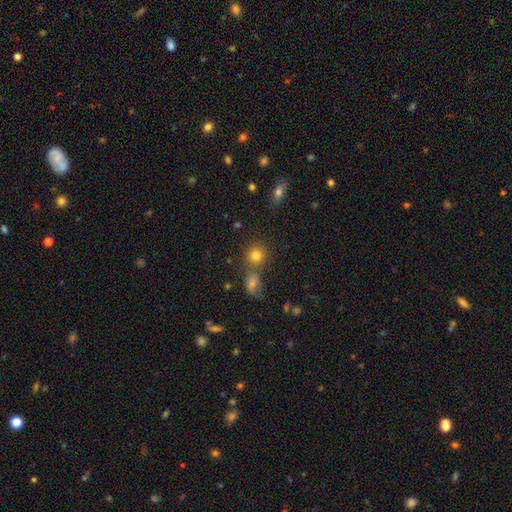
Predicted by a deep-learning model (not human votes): Q: Smooth or featured?
A: smooth (77%); runner-up: star or artifact (14%)
Q: How rounded?
A: round (85%); runner-up: in between (14%)
Q: Merging?
A: none (57%); runner-up: merger (31%)